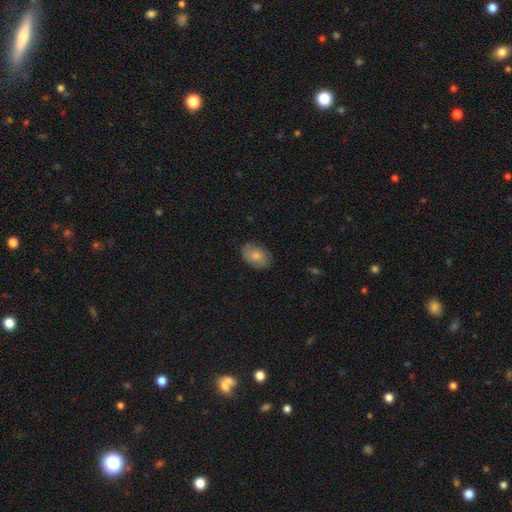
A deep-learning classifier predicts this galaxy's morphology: type=smooth (78%); roundness=in between (84%); merging=none (78%).